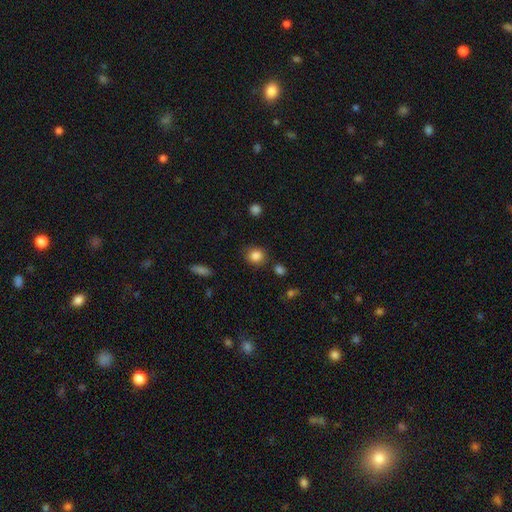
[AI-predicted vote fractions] This is clearly a smooth galaxy (85%). How rounded: likely round (75%). Merging: clearly none (81%).